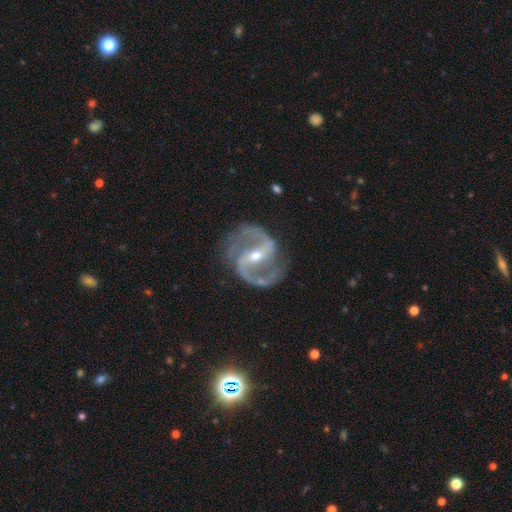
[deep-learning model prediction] This appears to be a featured or disk galaxy (93%) with a strong bar (53%), 2 (93%) medium (63%) spiral arms (98%) and a moderate central bulge (50%). Merging: none (80%).